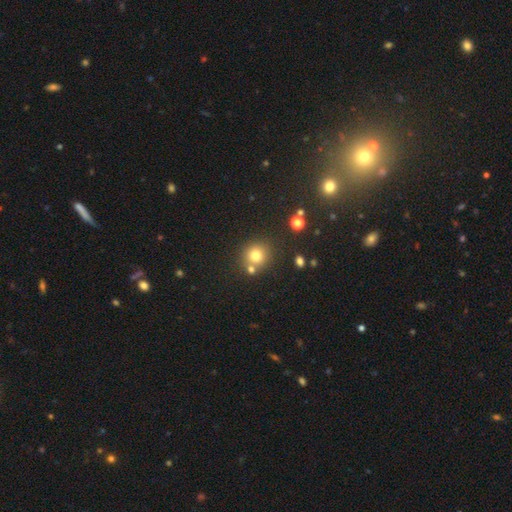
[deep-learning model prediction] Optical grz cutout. It shows a smooth galaxy with no disk features (76%) that is round (88%). Merging: none (70%).